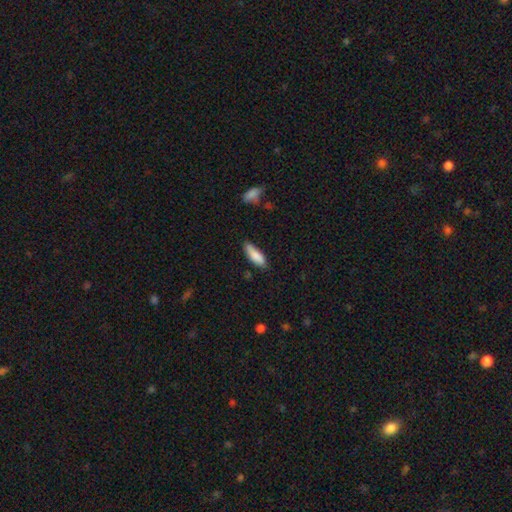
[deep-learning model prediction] Q: Smooth or featured?
A: smooth (86%); runner-up: featured or disk (8%)
Q: How rounded?
A: in between (60%); runner-up: cigar-shaped (38%)
Q: Merging?
A: none (71%); runner-up: minor disturbance (23%)